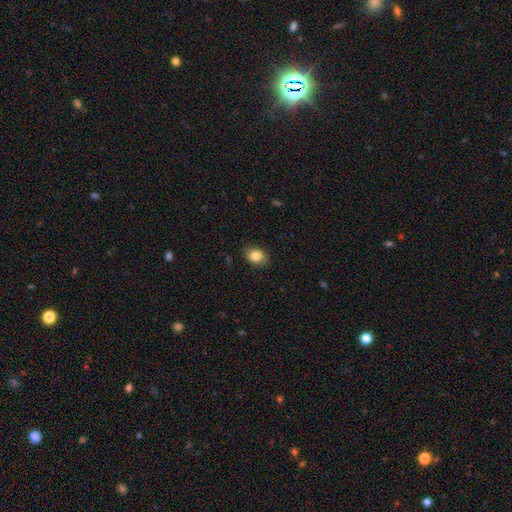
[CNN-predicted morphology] smooth_or_featured: smooth (p=0.84) [alt: star or artifact p=0.08]
how_rounded: in between (p=0.66) [alt: round p=0.33]
merging: none (p=0.83) [alt: minor disturbance p=0.13]